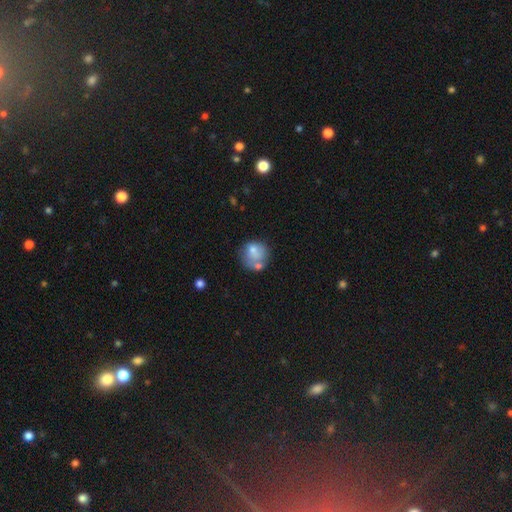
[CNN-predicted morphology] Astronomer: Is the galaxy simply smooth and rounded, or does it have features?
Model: smooth — 69%.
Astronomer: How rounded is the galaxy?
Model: round — 77%.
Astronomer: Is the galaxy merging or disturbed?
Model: none — 39% (runner-up: merger, 33%).